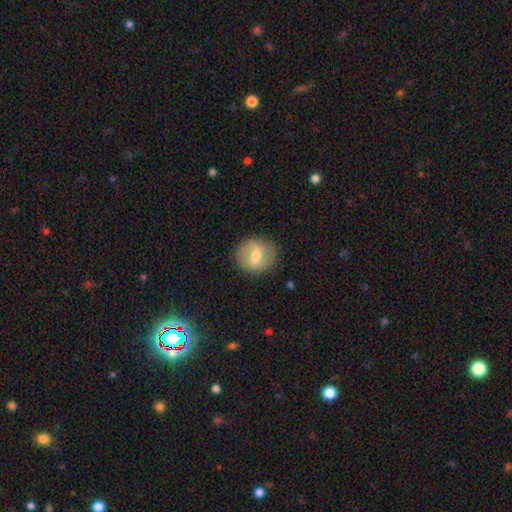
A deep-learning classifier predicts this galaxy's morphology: A smooth galaxy with no disk features (55%) that is round (77%).

Vote fractions:
- Smooth or featured? smooth: 55% / featured or disk: 37% / star or artifact: 8%
- How rounded? round: 77% / in between: 21% / cigar-shaped: 1%
- Merging? none: 84% / minor disturbance: 11% / major disturbance: 4% / merger: 1%